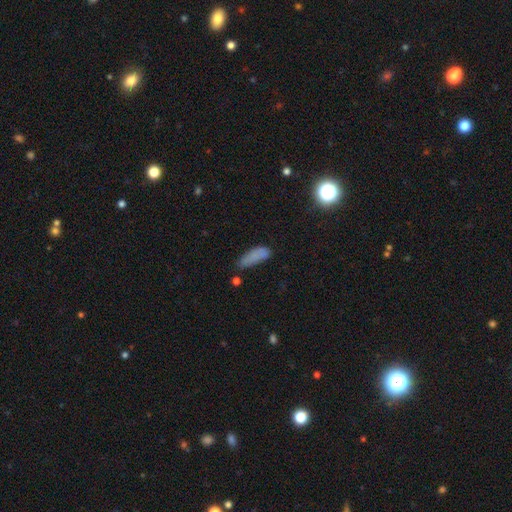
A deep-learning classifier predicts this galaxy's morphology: A smooth galaxy with no disk features (76%) that is in between round and cigar-shaped (49%). Merging: none (53%).